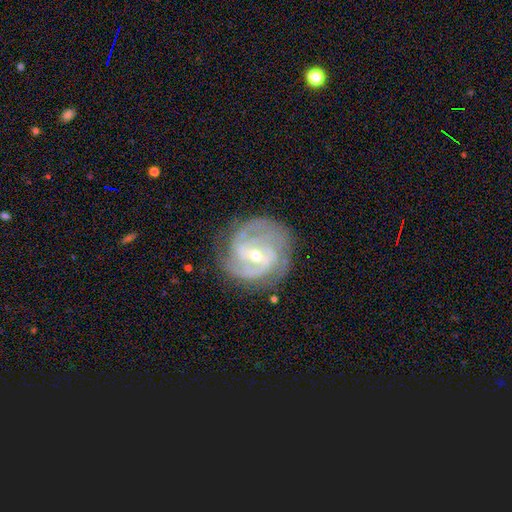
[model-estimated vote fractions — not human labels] Q: Smooth or featured?
A: featured or disk (89%); runner-up: smooth (6%)
Q: Edge-on disk?
A: no (97%); runner-up: yes (3%)
Q: Bar?
A: weak (48%); runner-up: strong (31%)
Q: Spiral arms?
A: yes (96%); runner-up: no (4%)
Q: Spiral winding?
A: tight (53%); runner-up: medium (38%)
Q: Spiral arm count?
A: 2 (42%); runner-up: 3 (28%)
Q: Bulge size?
A: small (57%); runner-up: moderate (40%)
Q: Merging?
A: none (75%); runner-up: minor disturbance (16%)